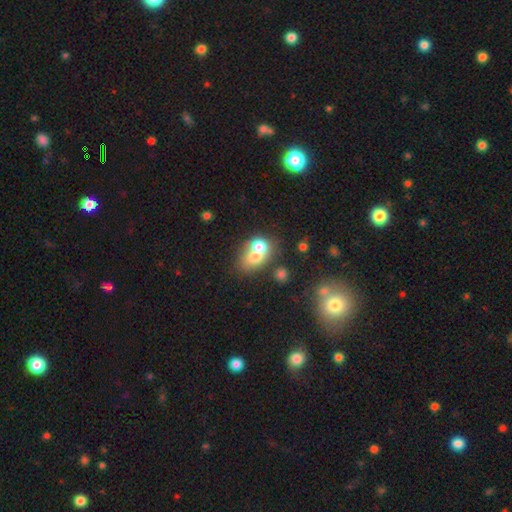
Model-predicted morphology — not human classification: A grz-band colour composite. It shows a smooth galaxy with no disk features (66%) that is in between round and cigar-shaped (59%). Merging: merger (67%).